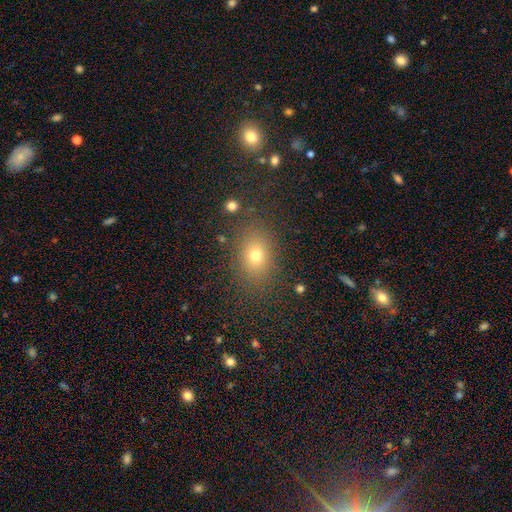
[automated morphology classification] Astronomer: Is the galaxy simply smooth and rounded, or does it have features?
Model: smooth — 72%.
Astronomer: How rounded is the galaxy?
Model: in between — 62%.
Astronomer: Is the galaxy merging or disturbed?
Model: none — 84%.